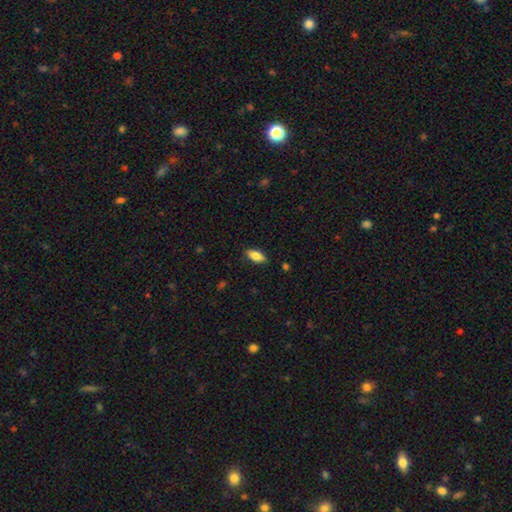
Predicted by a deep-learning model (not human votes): Morphology: type=smooth (82%); roundness=in between (84%); merging=none (86%).